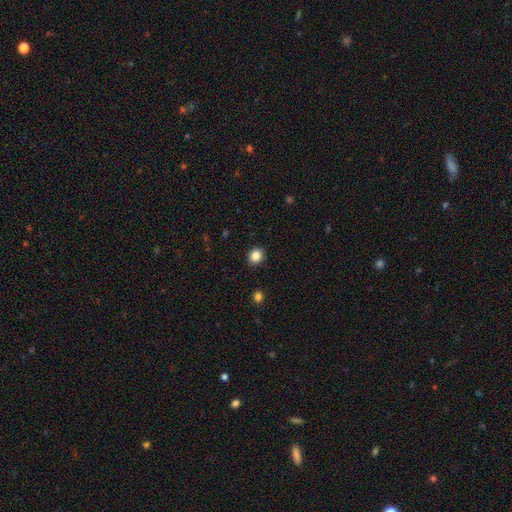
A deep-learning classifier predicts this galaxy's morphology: type=smooth (86%); roundness=round (70%); merging=none (90%).